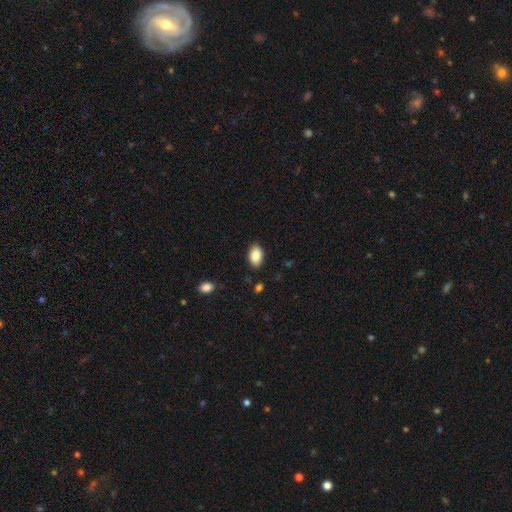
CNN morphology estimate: type=smooth (87%); roundness=in between (92%); merging=none (87%).